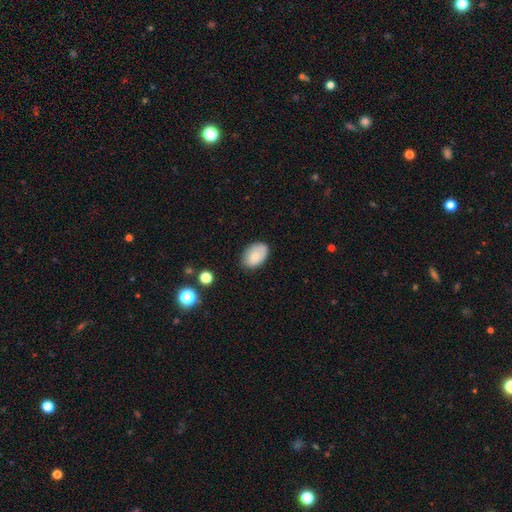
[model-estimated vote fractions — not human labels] smooth_or_featured: smooth (p=0.79) [alt: featured or disk p=0.13]
how_rounded: in between (p=0.88) [alt: round p=0.11]
merging: none (p=0.76) [alt: minor disturbance p=0.19]